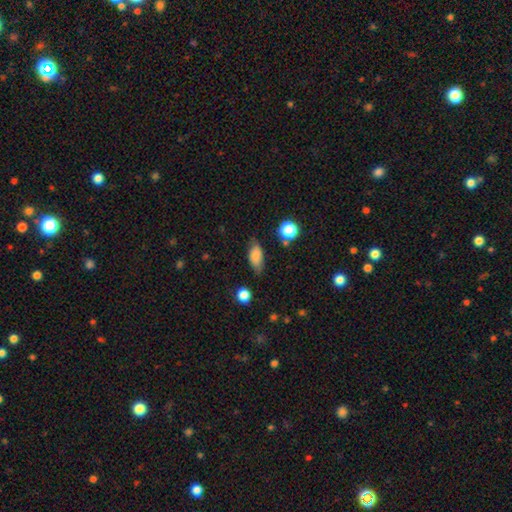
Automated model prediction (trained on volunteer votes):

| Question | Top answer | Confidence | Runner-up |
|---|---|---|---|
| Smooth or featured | smooth | 81% | featured or disk (10%) |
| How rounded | in between | 83% | cigar-shaped (11%) |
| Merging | none | 72% | minor disturbance (21%) |